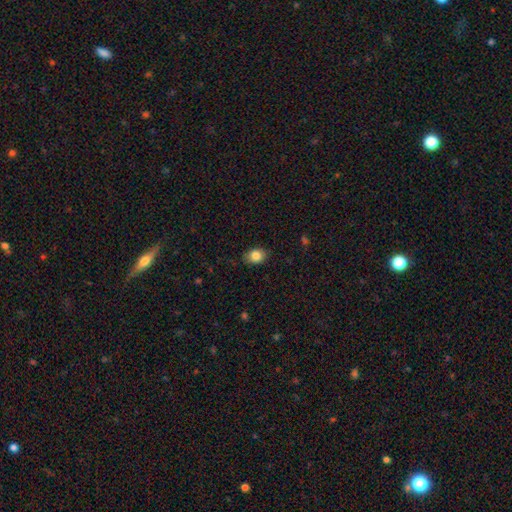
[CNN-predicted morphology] smooth-or-featured: smooth: 84% | star or artifact: 9% | featured or disk: 7%
  how-rounded: in between: 65% | round: 34% | cigar-shaped: 1%
  merging: none: 81% | minor disturbance: 15% | major disturbance: 3% | merger: 1%